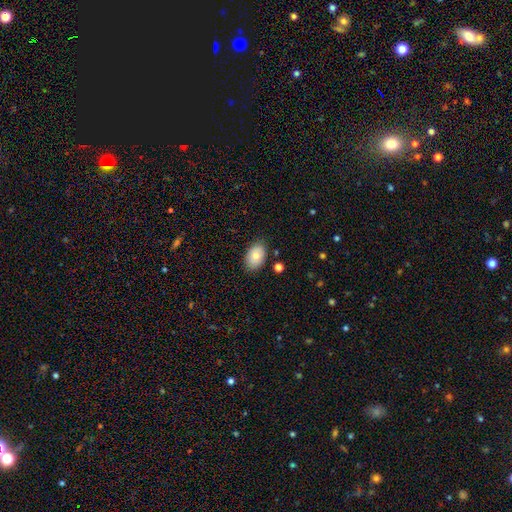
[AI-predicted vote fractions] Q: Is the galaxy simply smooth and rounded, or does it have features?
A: smooth — 77%.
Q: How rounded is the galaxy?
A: in between — 87%.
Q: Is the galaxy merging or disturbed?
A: none — 83%.